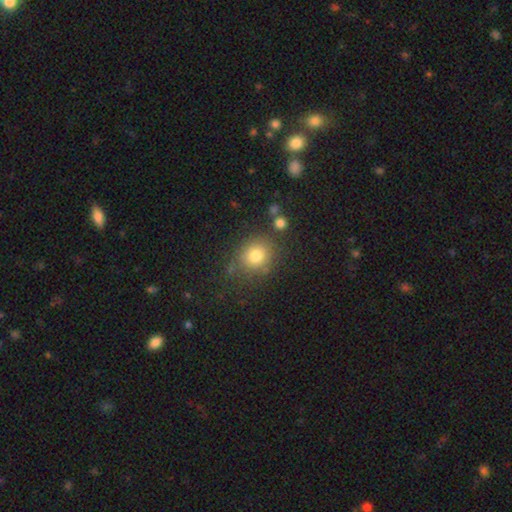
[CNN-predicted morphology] Smooth or featured: smooth — 79% (star or artifact — 12%)
How rounded: round — 79% (in between — 20%)
Merging: none — 75% (minor disturbance — 14%)